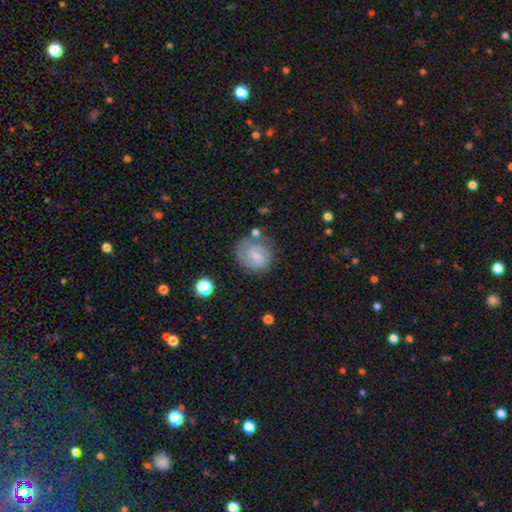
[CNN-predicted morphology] smooth-or-featured: featured or disk: 48% | smooth: 43% | star or artifact: 9%
  merging: none: 62% | minor disturbance: 21% | major disturbance: 11% | merger: 6%